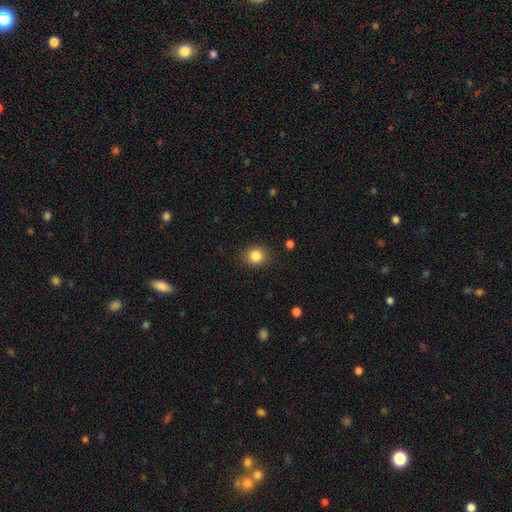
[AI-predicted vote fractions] The model was most divided on "how rounded": round: 76%, in between: 23%, cigar-shaped: 1%. More confident: merging — none (87%); smooth or featured — smooth (85%).